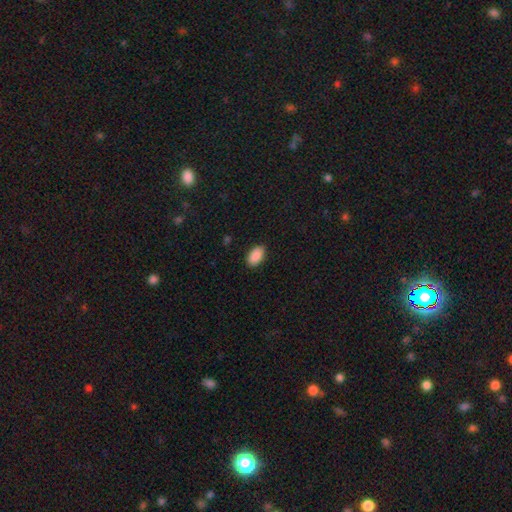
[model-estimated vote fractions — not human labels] Morphology: type=smooth (90%); roundness=in between (94%); merging=none (88%).